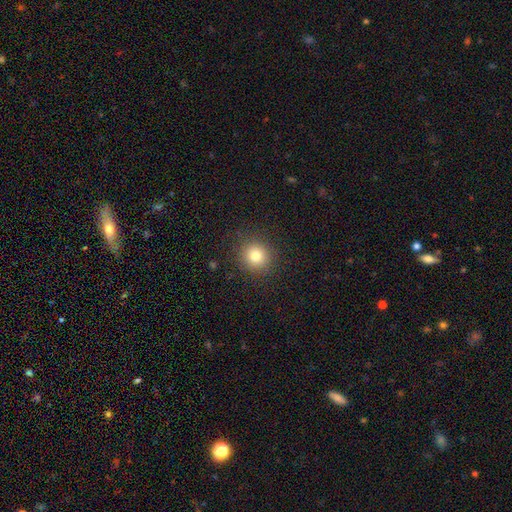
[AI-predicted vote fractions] Overall: smooth (79%). How rounded: round (92%). Merging: none (90%).